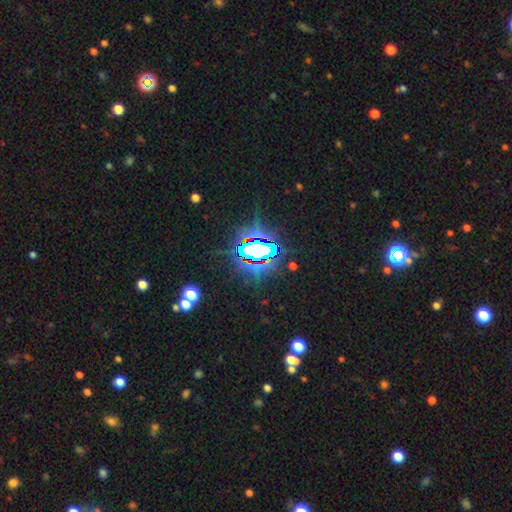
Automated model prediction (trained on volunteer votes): Smooth or featured: star or artifact — 85% (smooth — 9%)